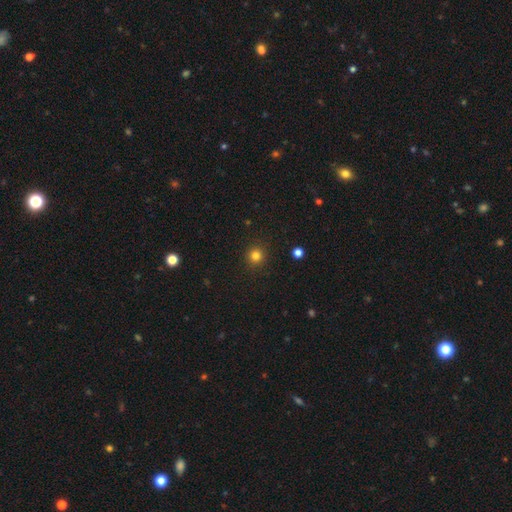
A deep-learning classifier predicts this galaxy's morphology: Smooth or featured: smooth — 80% (star or artifact — 15%)
How rounded: round — 94% (in between — 5%)
Merging: none — 91% (minor disturbance — 6%)